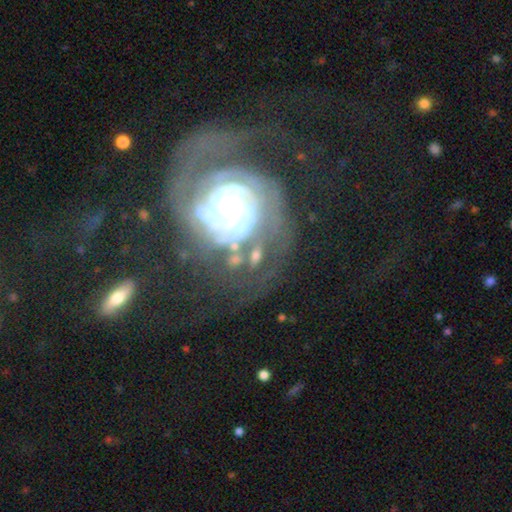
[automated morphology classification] smooth_or_featured: featured or disk (p=0.82) [alt: star or artifact p=0.09]
disk_edge_on: no (p=0.97) [alt: yes p=0.03]
bar: no (p=0.65) [alt: weak p=0.22]
has_spiral_arms: yes (p=0.92) [alt: no p=0.08]
spiral_winding: tight (p=0.71) [alt: medium p=0.23]
spiral_arm_count: can't tell (p=0.31) [alt: 2 p=0.24]
bulge_size: moderate (p=0.47) [alt: small p=0.38]
merging: none (p=0.52) [alt: major disturbance p=0.20]